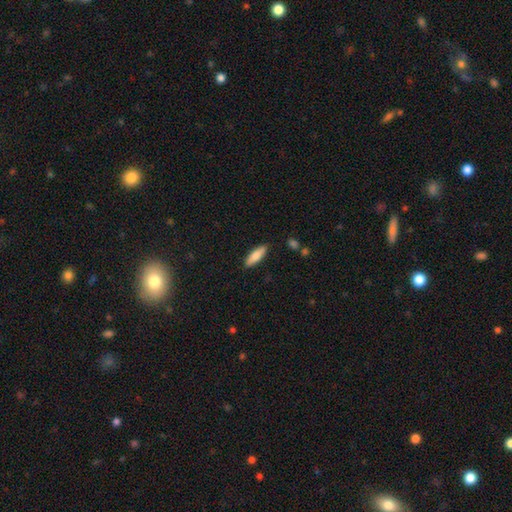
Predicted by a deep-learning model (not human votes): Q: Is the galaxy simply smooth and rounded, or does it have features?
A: smooth — 77%.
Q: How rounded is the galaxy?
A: cigar-shaped — 51%.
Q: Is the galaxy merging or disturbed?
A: none — 88%.